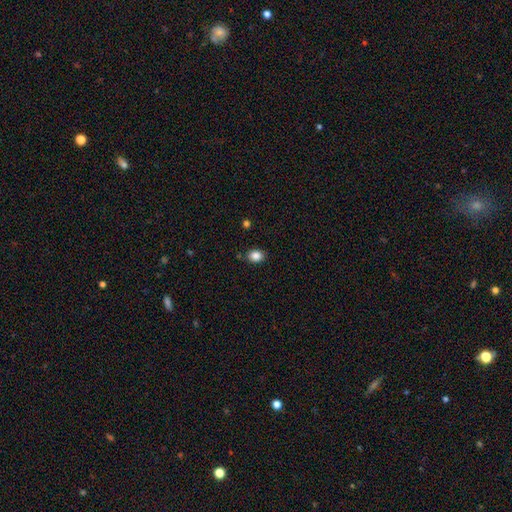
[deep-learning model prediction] Smooth or featured? smooth (86%)
How rounded? in between (50%)
Merging? none (85%)